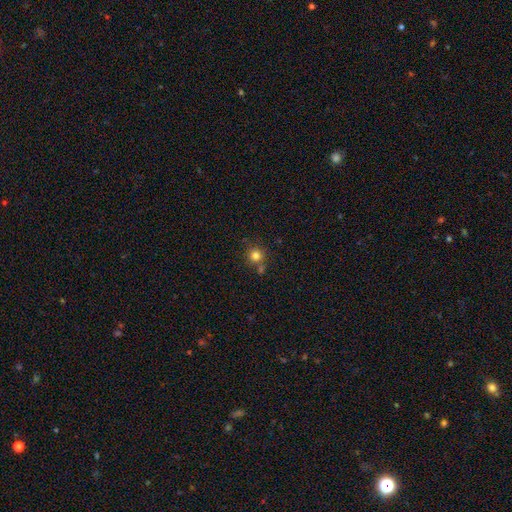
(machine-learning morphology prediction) Q: Smooth or featured?
A: smooth (80%); runner-up: star or artifact (13%)
Q: How rounded?
A: round (92%); runner-up: in between (7%)
Q: Merging?
A: none (71%); runner-up: merger (16%)